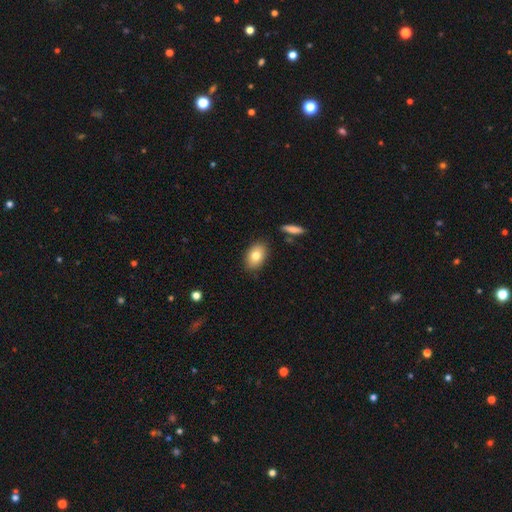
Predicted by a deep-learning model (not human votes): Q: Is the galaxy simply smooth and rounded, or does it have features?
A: smooth — 78%.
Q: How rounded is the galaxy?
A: in between — 86%.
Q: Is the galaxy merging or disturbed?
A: none — 86%.